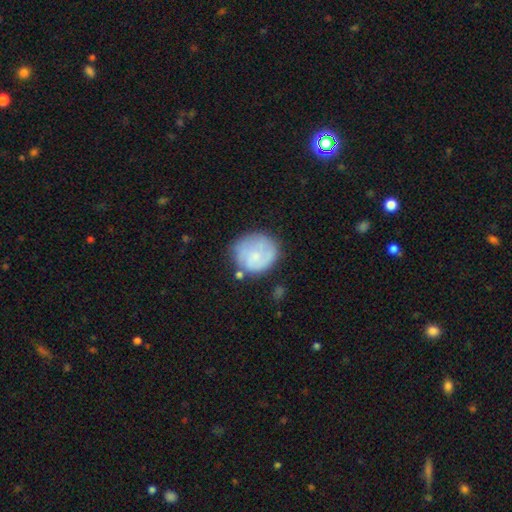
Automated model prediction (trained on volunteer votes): smooth_or_featured: smooth (p=0.56) [alt: featured or disk p=0.37]
how_rounded: round (p=0.80) [alt: in between p=0.19]
merging: none (p=0.58) [alt: minor disturbance p=0.25]